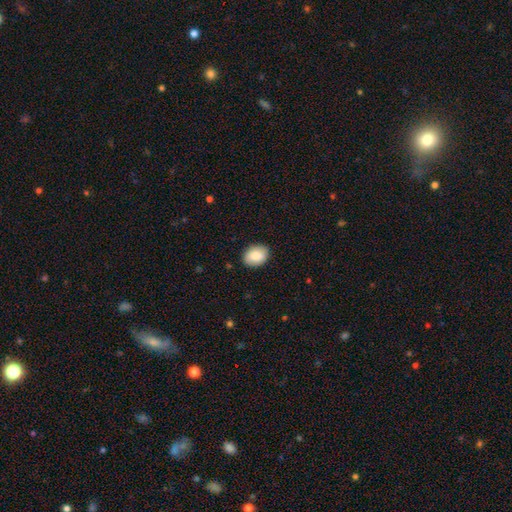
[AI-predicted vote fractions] Overall: smooth (83%). How rounded: in between (70%). Merging: none (88%).